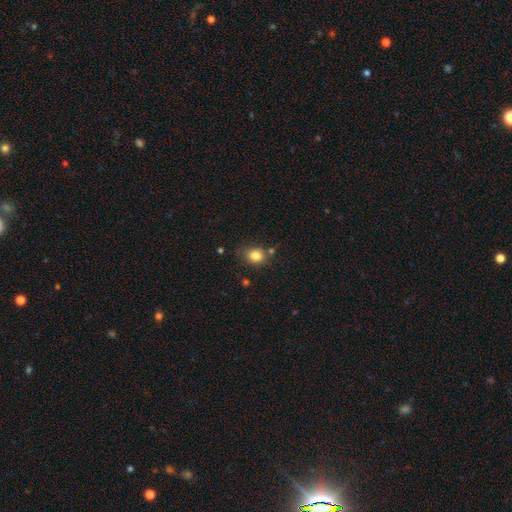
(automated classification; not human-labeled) Morphology: type=smooth (82%); roundness=round (61%); merging=none (71%).